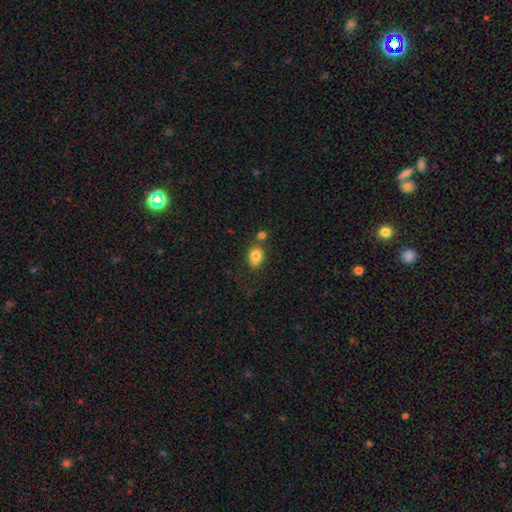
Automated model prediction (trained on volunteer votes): Q: Smooth or featured?
A: smooth (80%); runner-up: star or artifact (10%)
Q: How rounded?
A: round (56%); runner-up: in between (43%)
Q: Merging?
A: none (56%); runner-up: merger (23%)